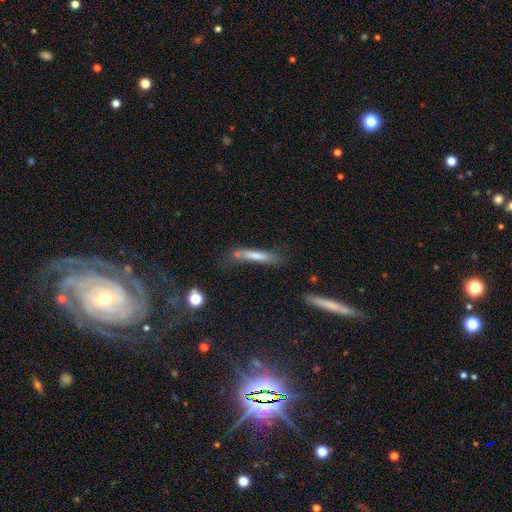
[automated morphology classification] This is likely a smooth galaxy (68%). How rounded: clearly cigar-shaped (90%). Merging: possibly none (56%).